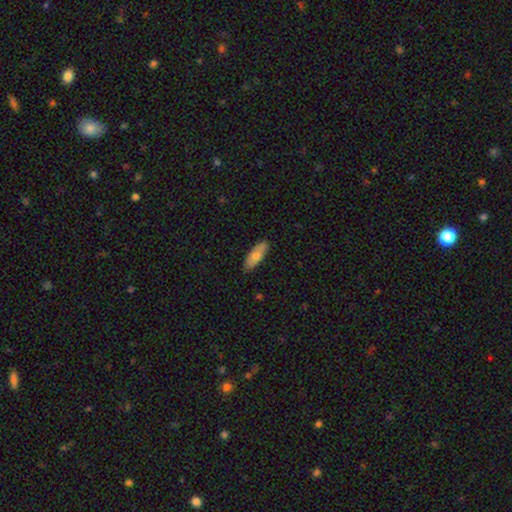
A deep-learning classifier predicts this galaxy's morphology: smooth_or_featured: smooth (p=0.71) [alt: featured or disk p=0.24]
how_rounded: in between (p=0.70) [alt: cigar-shaped p=0.28]
merging: none (p=0.87) [alt: minor disturbance p=0.10]